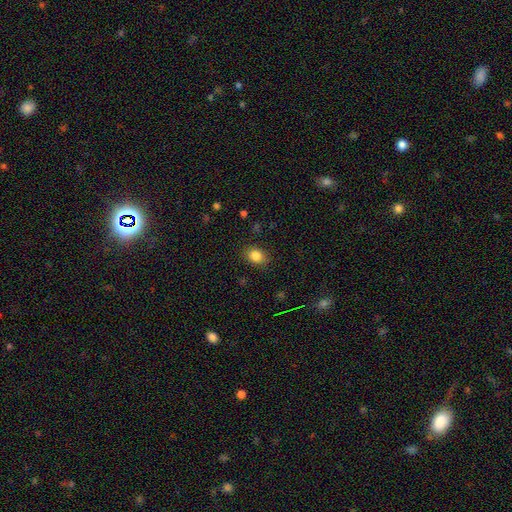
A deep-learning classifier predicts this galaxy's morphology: Smooth or featured? Predicted: smooth (p=0.84). How rounded? Predicted: in between (p=0.61). Merging? Predicted: none (p=0.85).